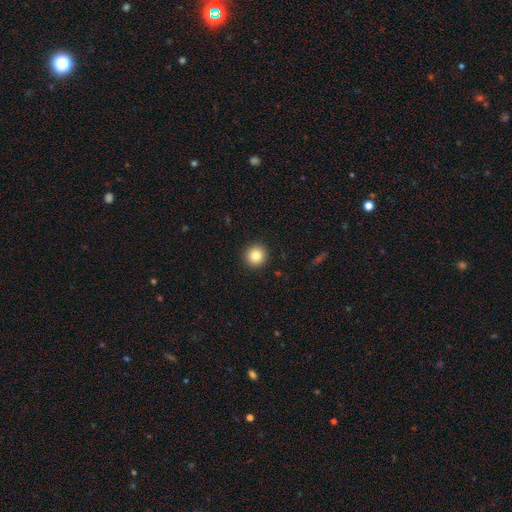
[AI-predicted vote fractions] Smooth or featured: smooth — 84% (star or artifact — 10%)
How rounded: round — 95% (in between — 4%)
Merging: none — 93% (minor disturbance — 5%)